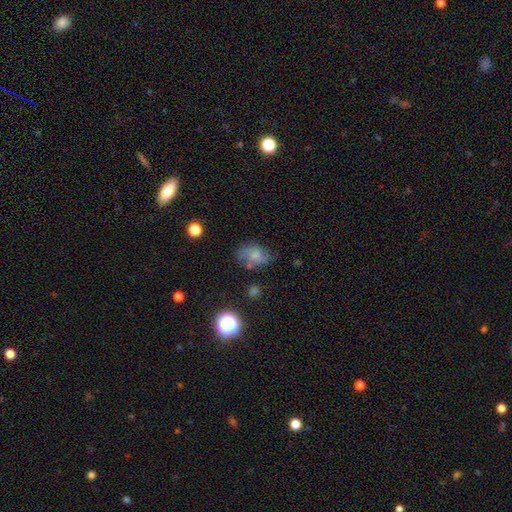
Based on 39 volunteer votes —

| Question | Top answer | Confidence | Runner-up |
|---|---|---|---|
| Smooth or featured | smooth | 51% | featured or disk (38%) |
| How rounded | in between | 90% | round (10%) |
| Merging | none | 63% | minor disturbance (20%) |